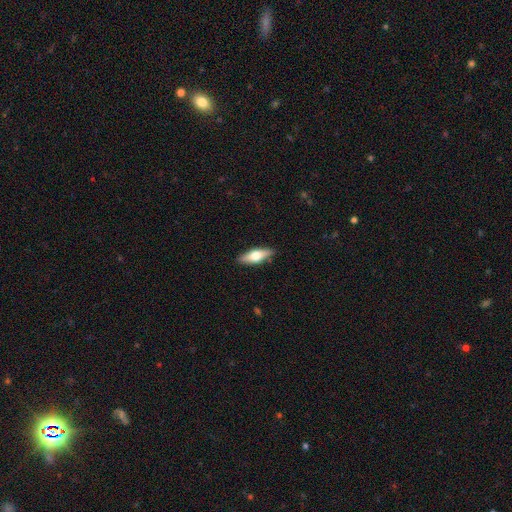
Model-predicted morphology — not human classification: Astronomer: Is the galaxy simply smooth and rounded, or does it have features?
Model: smooth — 50% (runner-up: featured or disk, 44%).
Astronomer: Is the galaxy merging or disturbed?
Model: none — 87%.